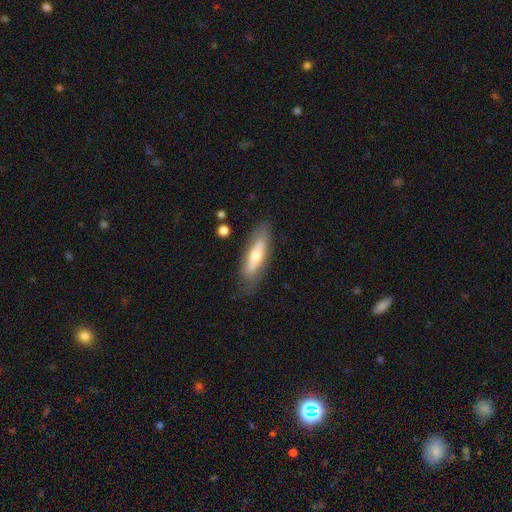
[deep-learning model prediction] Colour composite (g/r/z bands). It shows a smooth galaxy with no disk features (49%). Merging: none (77%).